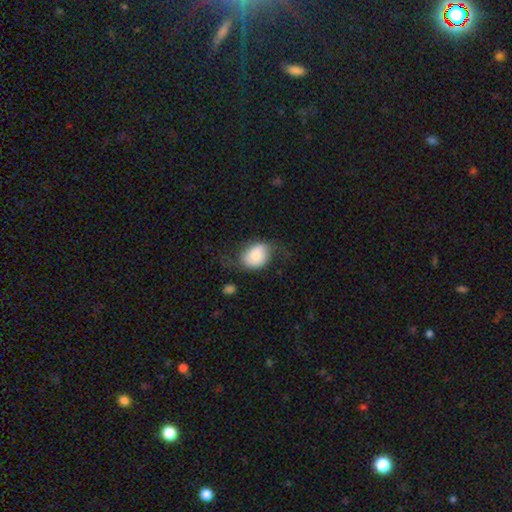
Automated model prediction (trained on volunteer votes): Morphology: type=smooth (66%); roundness=in between (62%); merging=none (48%).